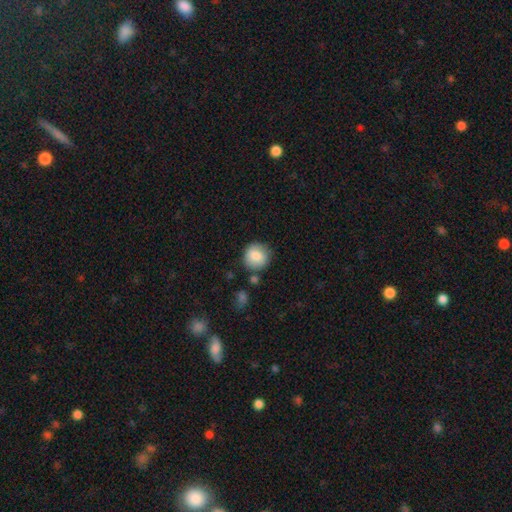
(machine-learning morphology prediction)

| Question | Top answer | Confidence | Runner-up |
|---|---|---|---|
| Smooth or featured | smooth | 83% | featured or disk (9%) |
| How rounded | round | 91% | in between (8%) |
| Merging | none | 79% | minor disturbance (13%) |